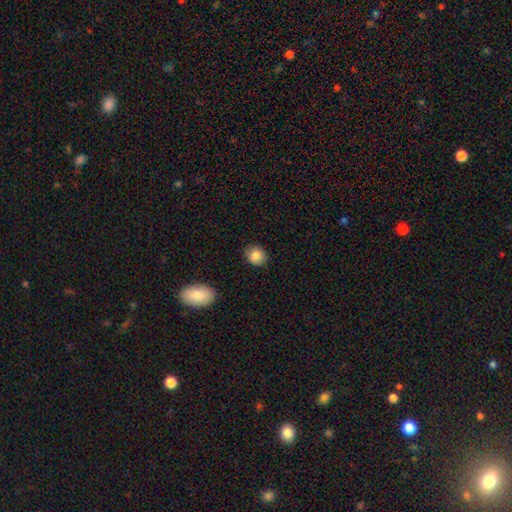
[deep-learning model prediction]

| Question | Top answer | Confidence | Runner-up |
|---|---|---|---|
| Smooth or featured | smooth | 84% | star or artifact (9%) |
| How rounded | round | 66% | in between (33%) |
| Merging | none | 85% | minor disturbance (11%) |